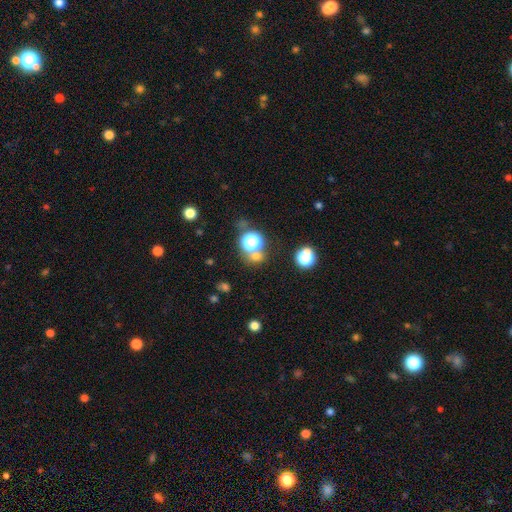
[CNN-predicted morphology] Overall: smooth (58%; star or artifact 35%). How rounded: round (81%). Merging: none (64%).